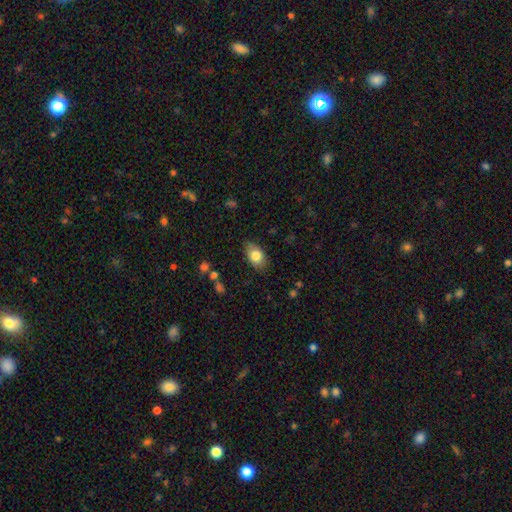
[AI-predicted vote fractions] A smooth galaxy with no disk features (82%) that is in between round and cigar-shaped (86%).

Vote fractions:
- Smooth or featured? smooth: 82% / featured or disk: 11% / star or artifact: 7%
- How rounded? in between: 86% / round: 13% / cigar-shaped: 2%
- Merging? none: 81% / minor disturbance: 14% / major disturbance: 3% / merger: 1%